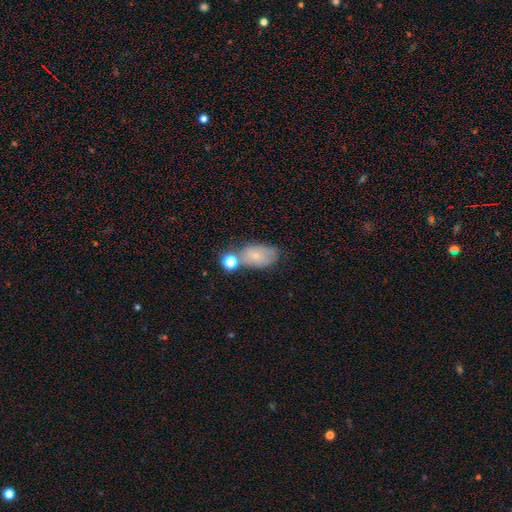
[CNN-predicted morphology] A smooth galaxy with no disk features (64%) that is in between round and cigar-shaped (88%).

Vote fractions:
- Smooth or featured? smooth: 64% / featured or disk: 26% / star or artifact: 10%
- How rounded? in between: 88% / round: 10% / cigar-shaped: 3%
- Merging? none: 46% / merger: 23% / minor disturbance: 23% / major disturbance: 8%